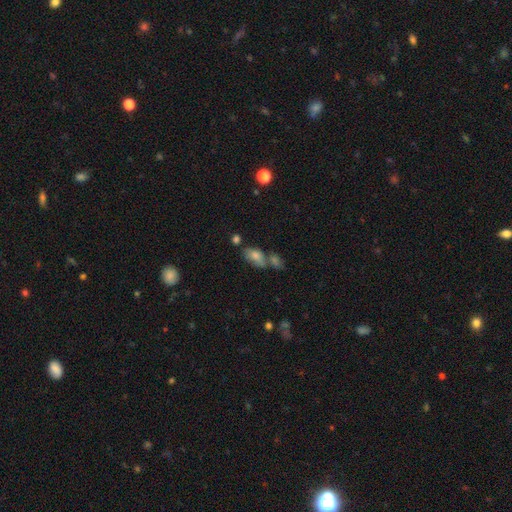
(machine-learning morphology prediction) smooth 63%, featured or disk 21%, star or artifact 17%. Down the decision tree: how rounded — in between (82%); merging — none (46%).